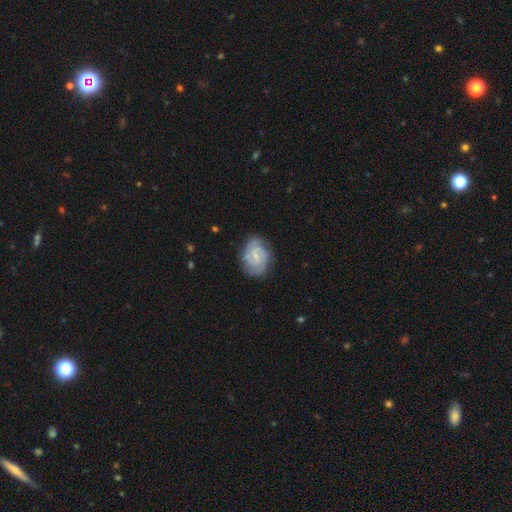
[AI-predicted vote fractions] Q: Smooth or featured?
A: featured or disk (78%); runner-up: smooth (16%)
Q: Edge-on disk?
A: no (98%); runner-up: yes (2%)
Q: Bar?
A: weak (55%); runner-up: no (32%)
Q: Spiral arms?
A: yes (94%); runner-up: no (6%)
Q: Spiral winding?
A: tight (51%); runner-up: medium (39%)
Q: Spiral arm count?
A: 2 (49%); runner-up: can't tell (20%)
Q: Bulge size?
A: small (61%); runner-up: none (20%)
Q: Merging?
A: none (75%); runner-up: minor disturbance (18%)